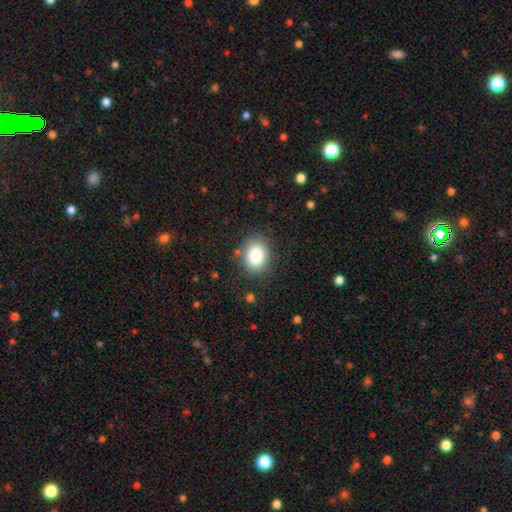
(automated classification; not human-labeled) Smooth or featured? smooth (87%)
How rounded? in between (59%)
Merging? none (81%)